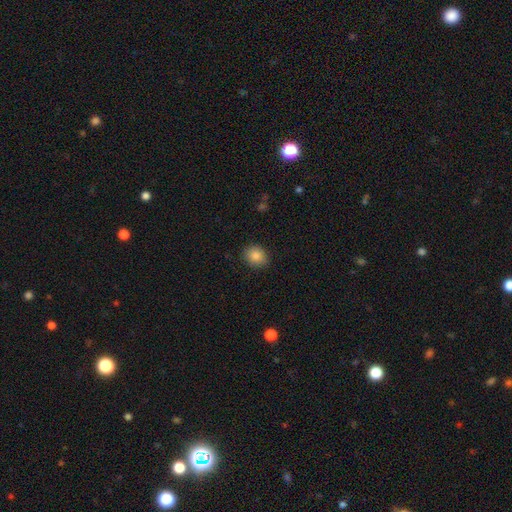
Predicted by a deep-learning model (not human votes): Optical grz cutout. It shows a smooth galaxy with no disk features (86%) that is round (59%). Merging: none (86%).